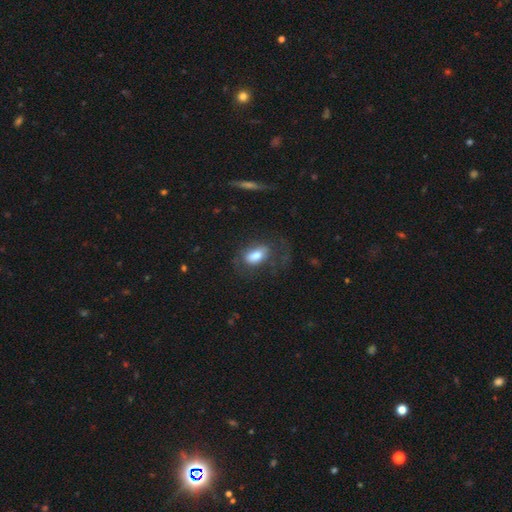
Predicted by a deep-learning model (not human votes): Overall: smooth (73%). How rounded: in between (89%). Merging: none (51%; major disturbance 26%).